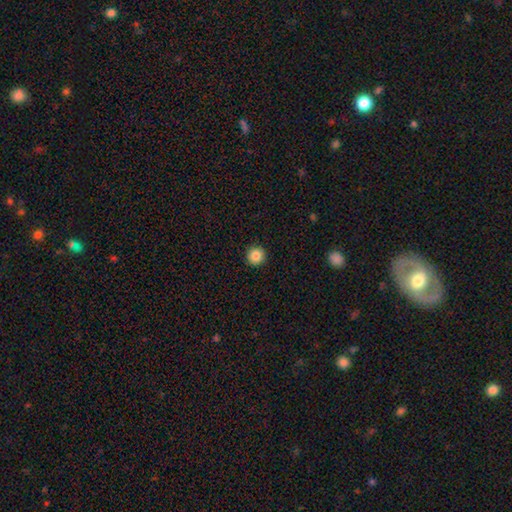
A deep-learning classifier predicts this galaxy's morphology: This appears to be a smooth galaxy with no disk features (85%) that is round (96%). Merging: none (93%).